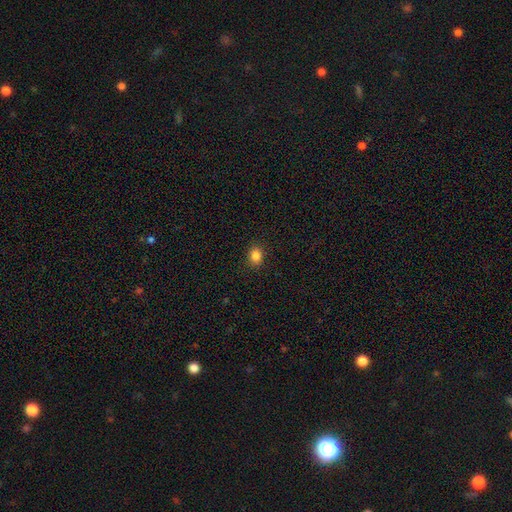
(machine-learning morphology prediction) Overall: smooth (85%). How rounded: in between (54%; round 45%). Merging: none (90%).